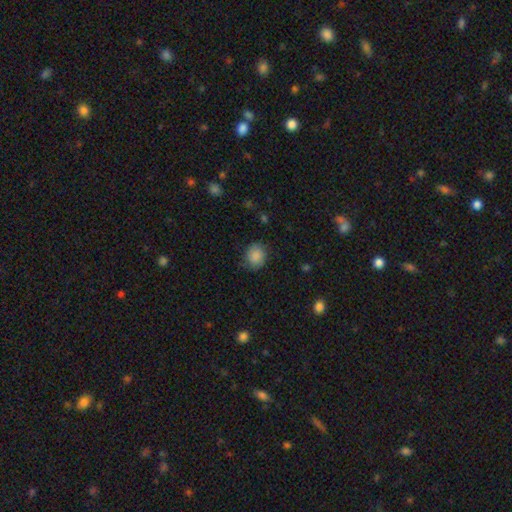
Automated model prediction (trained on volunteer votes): Smooth or featured: smooth — 87% (star or artifact — 8%)
How rounded: round — 71% (in between — 28%)
Merging: none — 76% (minor disturbance — 18%)